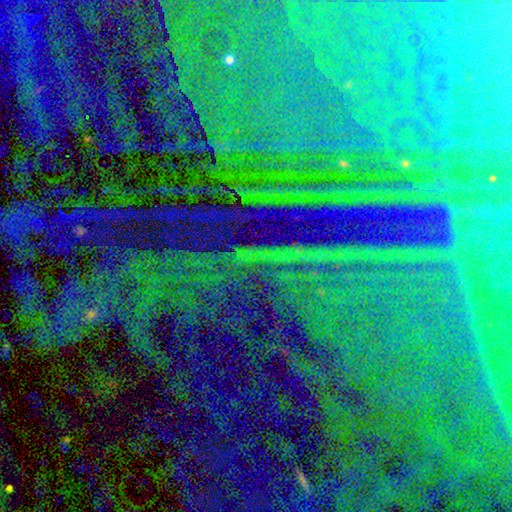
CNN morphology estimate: This appears to be a star or artifact, not a galaxy (86%).